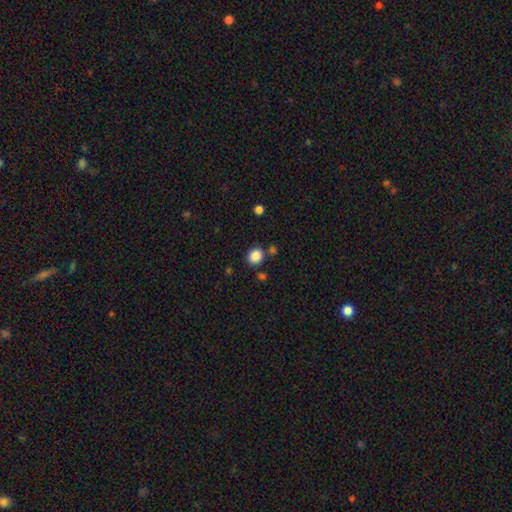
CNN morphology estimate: Smooth or featured? Predicted: smooth (p=0.86). How rounded? Predicted: round (p=0.67). Merging? Predicted: none (p=0.77).